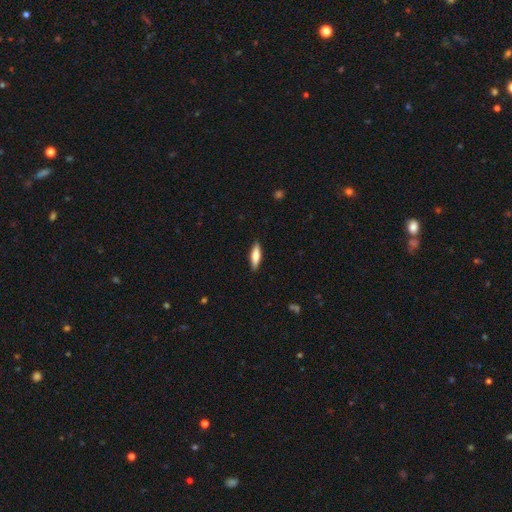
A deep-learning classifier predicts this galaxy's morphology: This appears to be a smooth galaxy with no disk features (74%) that is cigar-shaped (57%). Merging: none (89%).